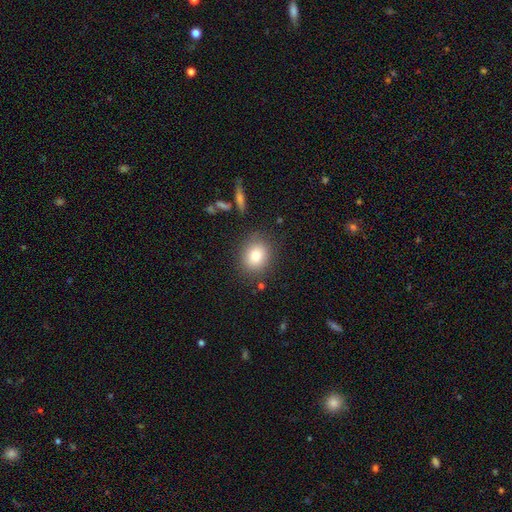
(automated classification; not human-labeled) smooth_or_featured: smooth (p=0.82) [alt: star or artifact p=0.10]
how_rounded: round (p=0.65) [alt: in between p=0.34]
merging: none (p=0.83) [alt: minor disturbance p=0.11]